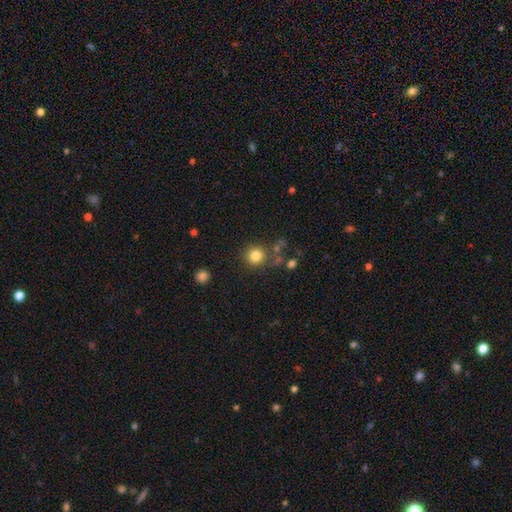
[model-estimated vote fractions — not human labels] Smooth or featured?
  - smooth: 82% *
  - star or artifact: 12%
  - featured or disk: 6%
How rounded?
  - round: 93% *
  - in between: 6%
  - cigar-shaped: 1%
Merging?
  - none: 80% *
  - minor disturbance: 9%
  - merger: 7%
  - major disturbance: 4%